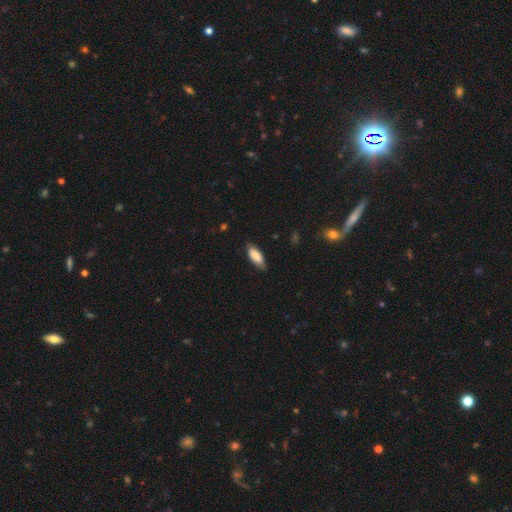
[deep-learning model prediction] Overall: smooth (84%). How rounded: in between (79%). Merging: none (76%).